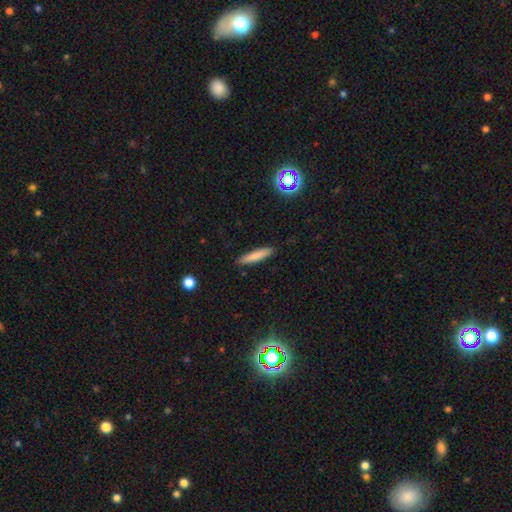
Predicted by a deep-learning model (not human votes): This is clearly a smooth galaxy (81%). How rounded: clearly cigar-shaped (85%). Merging: clearly none (89%).